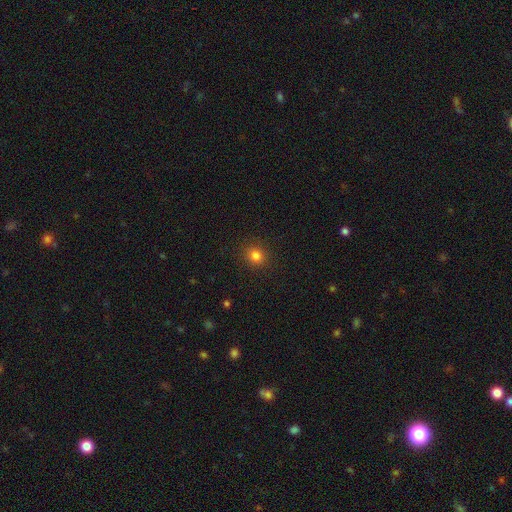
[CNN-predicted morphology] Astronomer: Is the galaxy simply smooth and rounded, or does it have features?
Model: smooth — 82%.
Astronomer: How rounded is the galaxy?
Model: round — 82%.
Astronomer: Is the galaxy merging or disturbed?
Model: none — 90%.